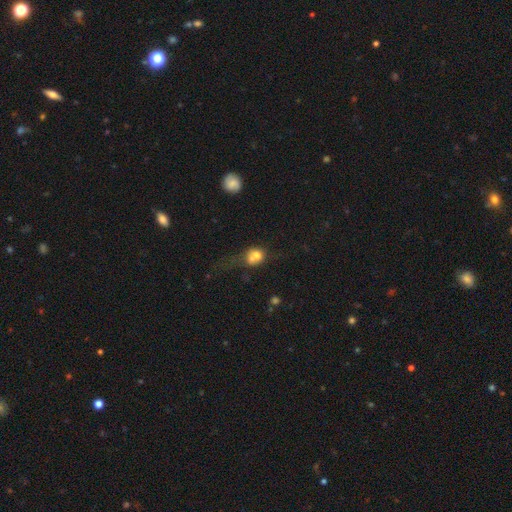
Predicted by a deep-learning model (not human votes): Smooth or featured? Predicted: smooth (p=0.68). How rounded? Predicted: round (p=0.64). Merging? Predicted: merger (p=0.56).